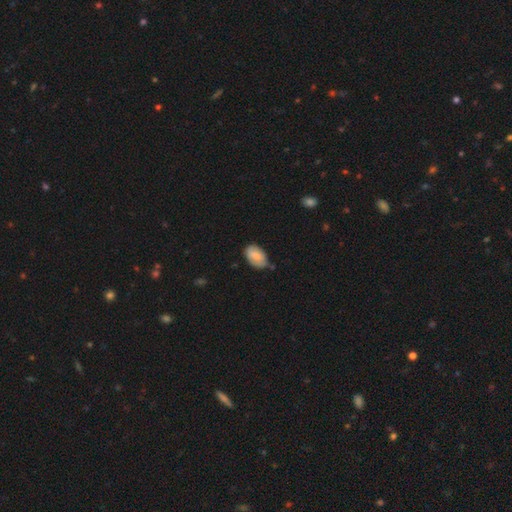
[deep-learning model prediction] Q: Smooth or featured?
A: smooth (73%); runner-up: featured or disk (20%)
Q: How rounded?
A: in between (90%); runner-up: round (9%)
Q: Merging?
A: none (58%); runner-up: minor disturbance (33%)